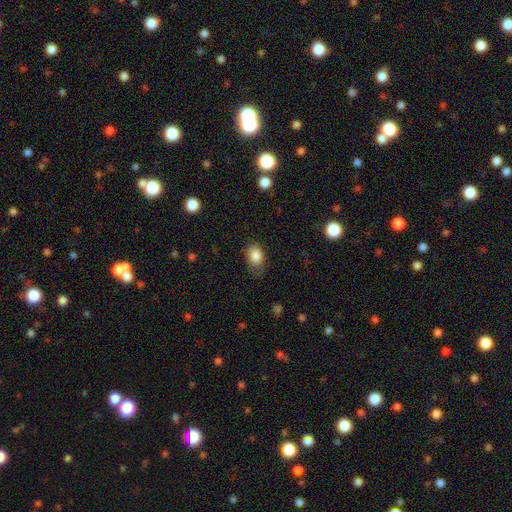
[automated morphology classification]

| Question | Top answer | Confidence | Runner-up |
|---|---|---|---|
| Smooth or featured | smooth | 86% | star or artifact (9%) |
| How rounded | in between | 78% | round (21%) |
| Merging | none | 67% | minor disturbance (25%) |